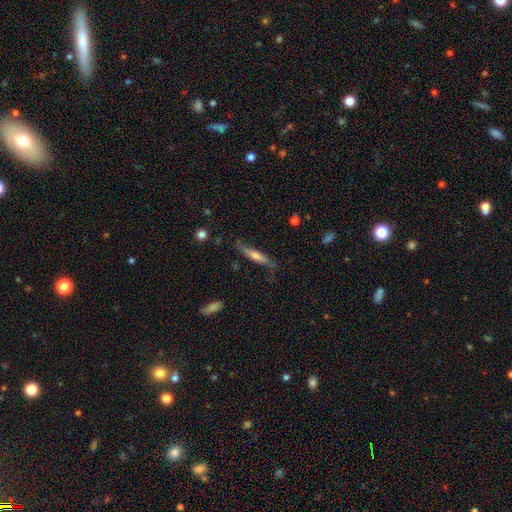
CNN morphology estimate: A featured or disk galaxy (51%) viewed edge-on (83%).

Vote fractions:
- Smooth or featured? featured or disk: 51% / smooth: 43% / star or artifact: 7%
- Edge-on disk? yes: 83% / no: 17%
- Merging? none: 71% / minor disturbance: 21% / major disturbance: 6% / merger: 2%